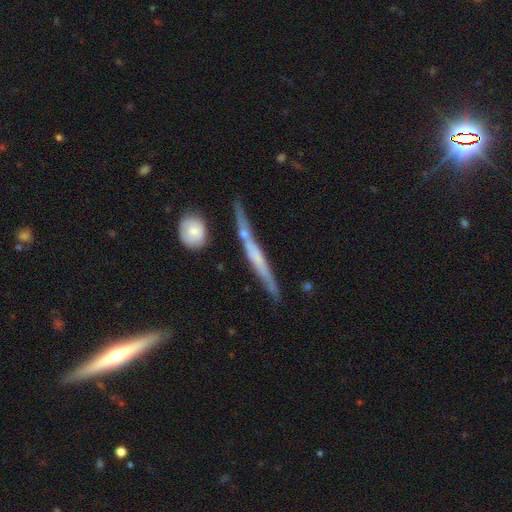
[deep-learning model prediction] The model was most divided on "smooth or featured": featured or disk: 62%, smooth: 32%, star or artifact: 7%. More confident: edge-on disk — yes (93%); merging — none (71%); edge-on bulge — none (56%).